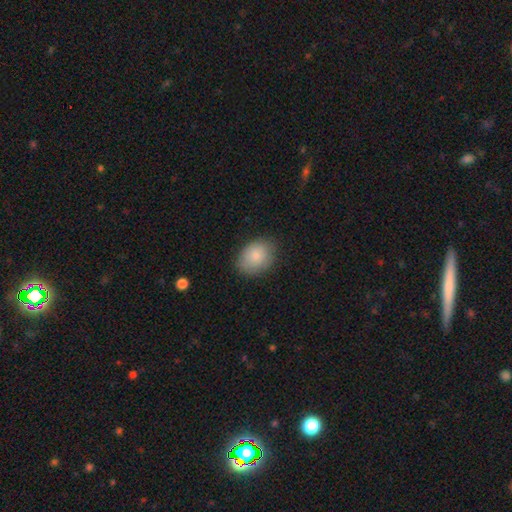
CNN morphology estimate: A smooth galaxy with no disk features (83%) that is in between round and cigar-shaped (67%).

Vote fractions:
- Smooth or featured? smooth: 83% / featured or disk: 9% / star or artifact: 7%
- How rounded? in between: 67% / round: 32% / cigar-shaped: 1%
- Merging? none: 79% / minor disturbance: 16% / major disturbance: 4% / merger: 1%